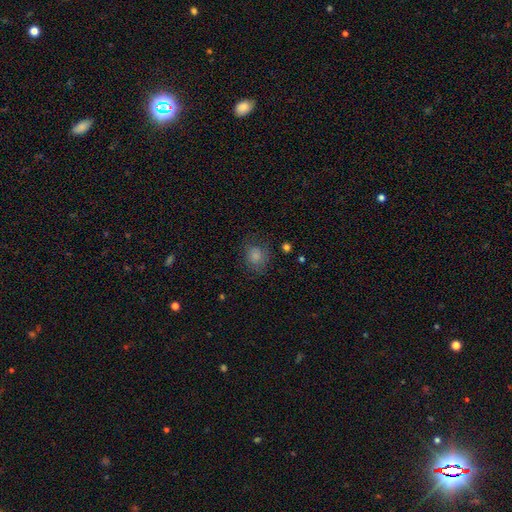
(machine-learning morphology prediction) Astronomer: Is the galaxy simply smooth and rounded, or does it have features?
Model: smooth — 81%.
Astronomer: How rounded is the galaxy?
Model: round — 67%.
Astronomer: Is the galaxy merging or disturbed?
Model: none — 68%.